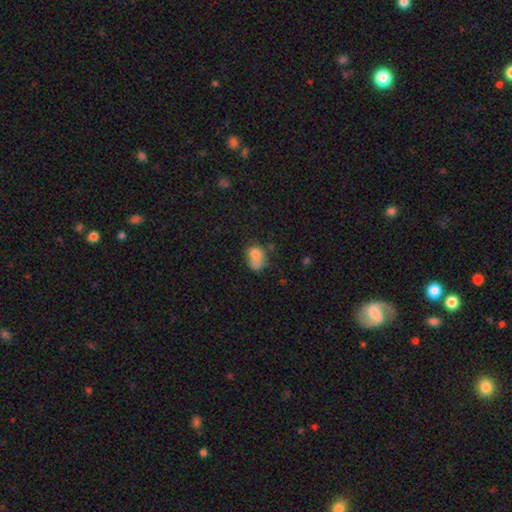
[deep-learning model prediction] Smooth or featured?
  - smooth: 76% *
  - featured or disk: 14%
  - star or artifact: 11%
How rounded?
  - in between: 69% *
  - round: 30%
  - cigar-shaped: 1%
Merging?
  - none: 38% *
  - minor disturbance: 28%
  - merger: 18%
  - major disturbance: 15%